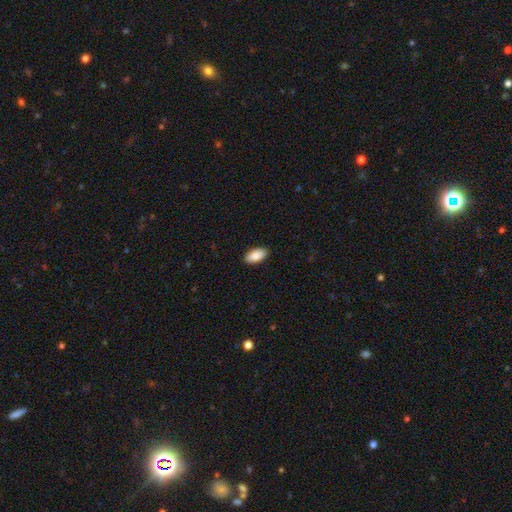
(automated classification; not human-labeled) Overall: smooth (89%). How rounded: in between (94%). Merging: none (90%).